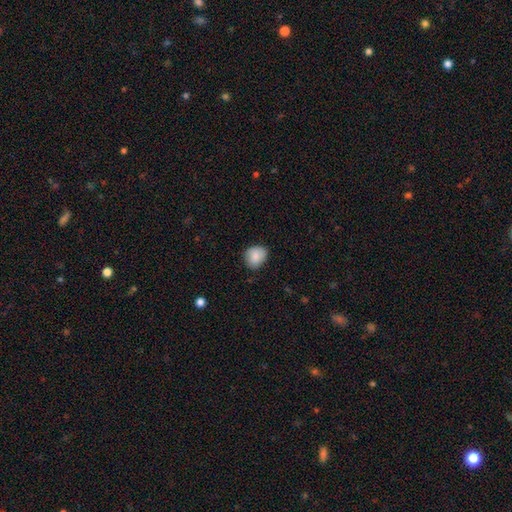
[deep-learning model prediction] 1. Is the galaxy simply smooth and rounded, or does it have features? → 85% smooth, 7% star or artifact, 7% featured or disk.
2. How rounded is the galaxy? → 58% round, 41% in between, 1% cigar-shaped.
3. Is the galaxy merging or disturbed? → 72% none, 23% minor disturbance, 4% major disturbance, 1% merger.